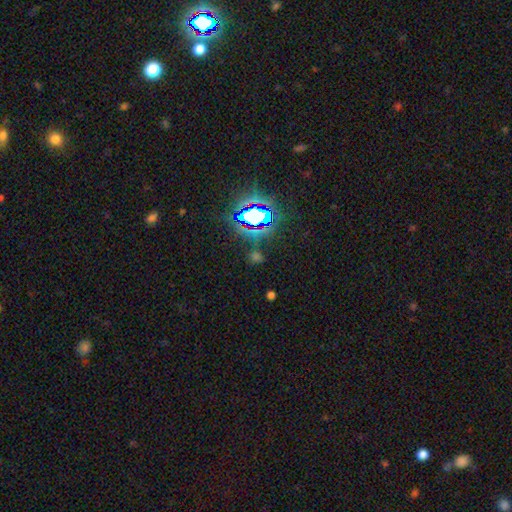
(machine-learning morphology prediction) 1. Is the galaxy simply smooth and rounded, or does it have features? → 66% star or artifact, 26% smooth, 8% featured or disk.